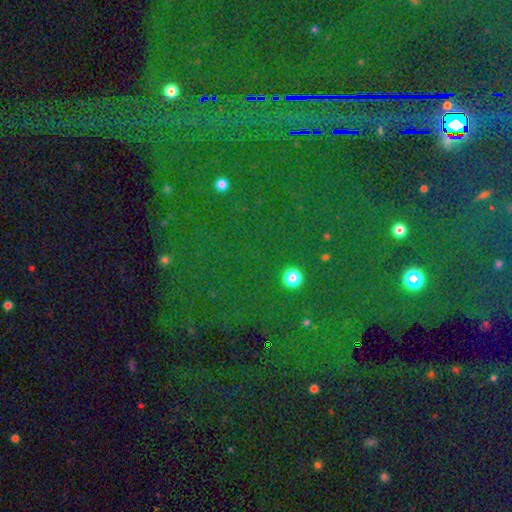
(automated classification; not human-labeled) Smooth or featured?
  - star or artifact: 86% *
  - smooth: 8%
  - featured or disk: 7%